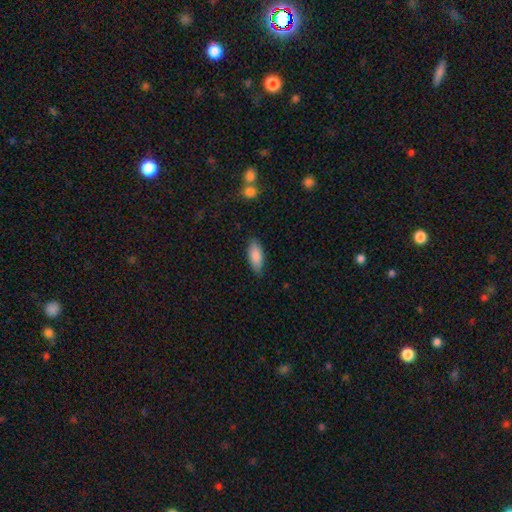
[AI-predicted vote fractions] The model was most divided on "how rounded": in between: 80%, cigar-shaped: 18%, round: 2%. More confident: smooth or featured — smooth (85%); merging — none (83%).